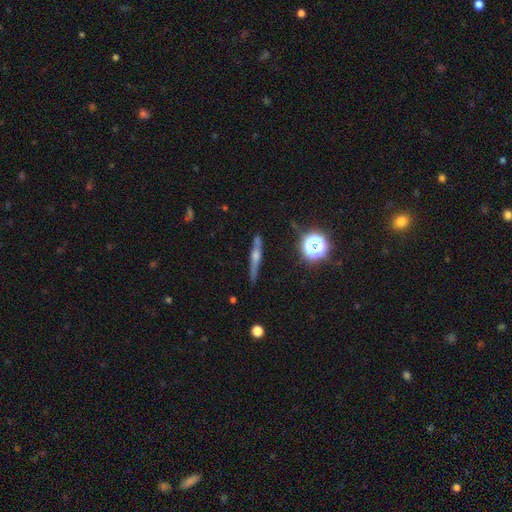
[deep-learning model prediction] Morphology: type=featured or disk (65%); edge-on=yes (95%); edge-on bulge=rounded (81%); merging=none (85%).